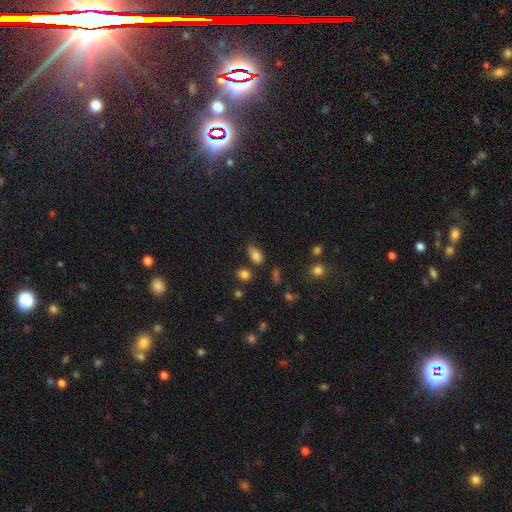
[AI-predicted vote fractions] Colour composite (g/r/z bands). It shows a smooth galaxy with no disk features (81%) that is in between round and cigar-shaped (89%). Merging: none (61%).